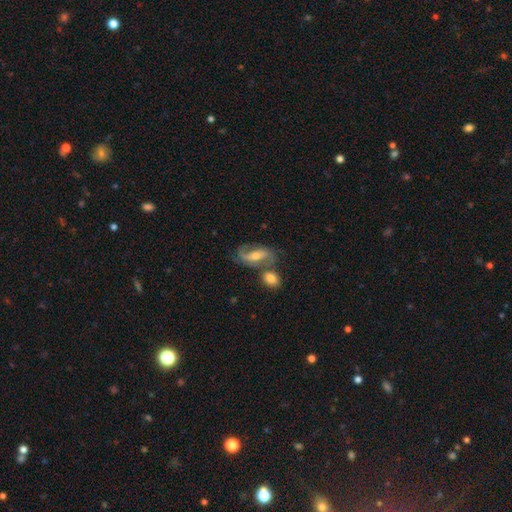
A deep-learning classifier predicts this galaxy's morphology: featured or disk 73%, smooth 19%, star or artifact 8%. Down the decision tree: edge-on disk — no (93%); bar — weak (39%); spiral arms — yes (90%); spiral arm count — 2 (82%); spiral winding — medium (45%); bulge size — moderate (57%); merging — none (54%).